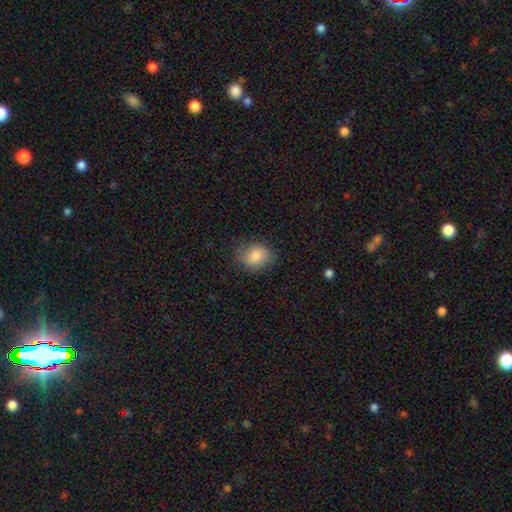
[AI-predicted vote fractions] A smooth galaxy with no disk features (79%) that is round (53%). Merging: none (76%).